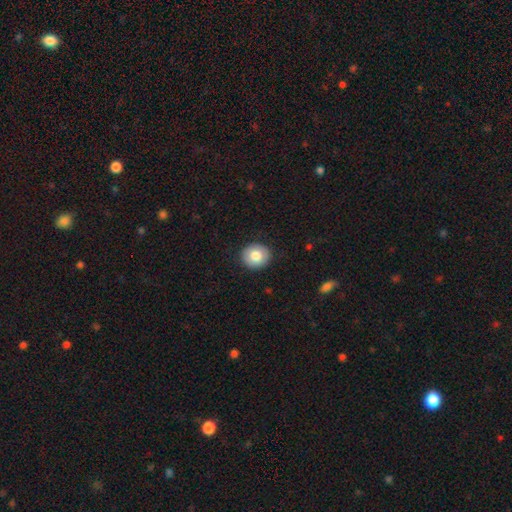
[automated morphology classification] type=smooth (80%); roundness=round (82%); merging=none (91%).